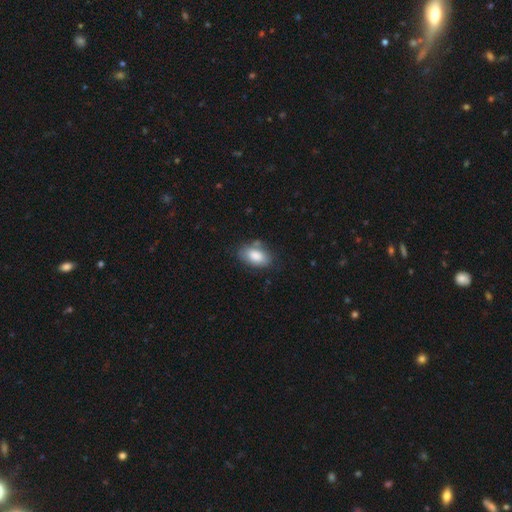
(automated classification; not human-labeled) This appears to be a smooth galaxy with no disk features (84%) that is in between round and cigar-shaped (91%). Merging: none (69%).